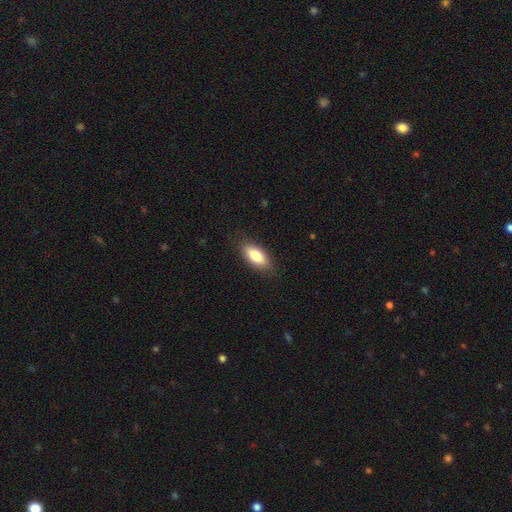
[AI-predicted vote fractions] The model was most divided on "how rounded": in between: 82%, cigar-shaped: 16%, round: 2%. More confident: merging — none (85%); smooth or featured — smooth (82%).